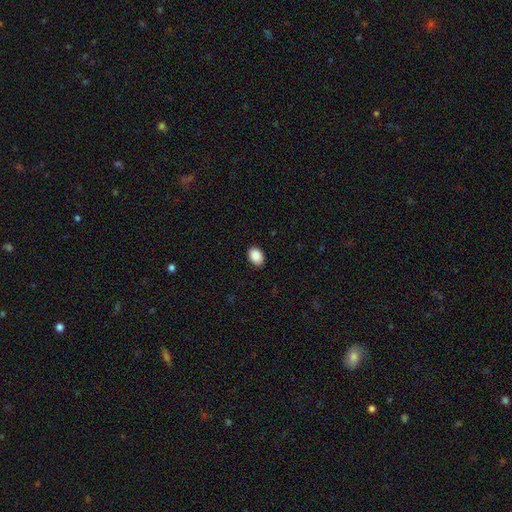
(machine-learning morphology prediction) Smooth or featured? Predicted: smooth (p=0.90). How rounded? Predicted: in between (p=0.77). Merging? Predicted: none (p=0.88).